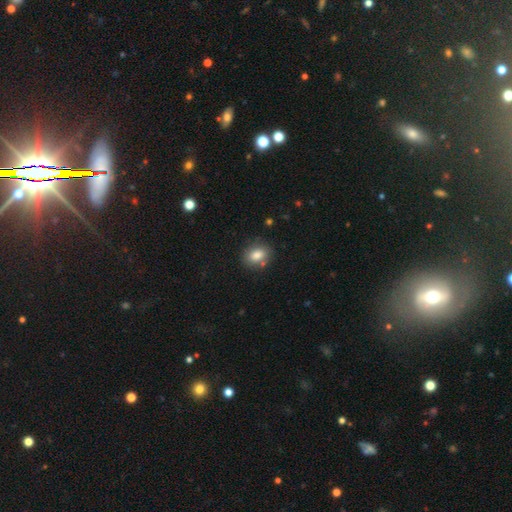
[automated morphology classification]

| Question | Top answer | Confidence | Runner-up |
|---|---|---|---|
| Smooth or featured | smooth | 83% | star or artifact (9%) |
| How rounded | in between | 60% | round (39%) |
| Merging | none | 79% | minor disturbance (12%) |